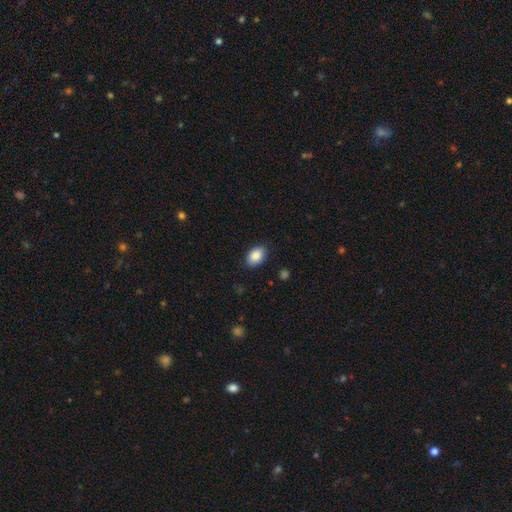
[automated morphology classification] type=smooth (88%); roundness=in between (87%); merging=none (86%).